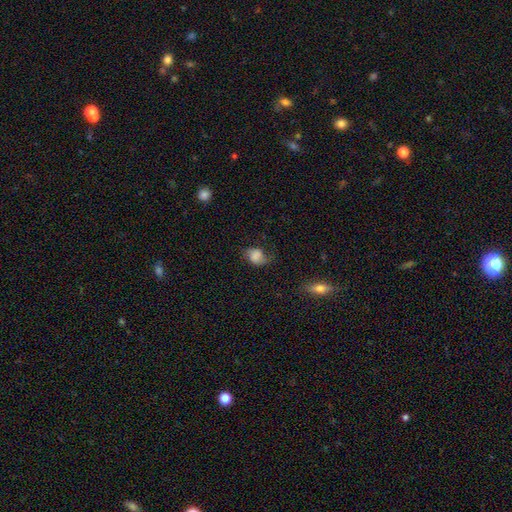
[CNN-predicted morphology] The model was most divided on "merging": none: 48%, minor disturbance: 32%, major disturbance: 18%, merger: 2%. More confident: smooth or featured — smooth (69%); how rounded — in between (65%).